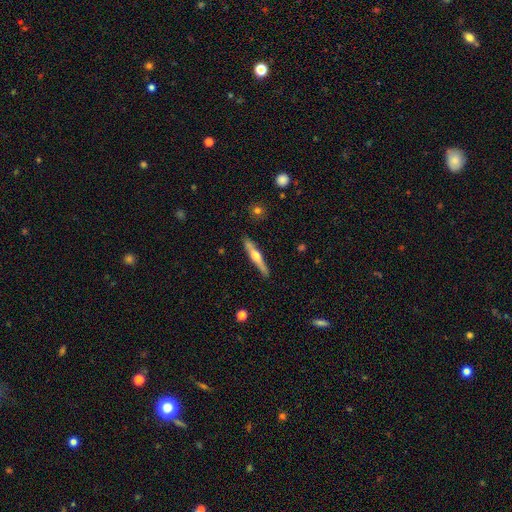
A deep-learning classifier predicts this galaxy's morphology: This appears to be a featured or disk galaxy (60%) viewed edge-on (97%) with a rounded central bulge (89%). Merging: none (88%).